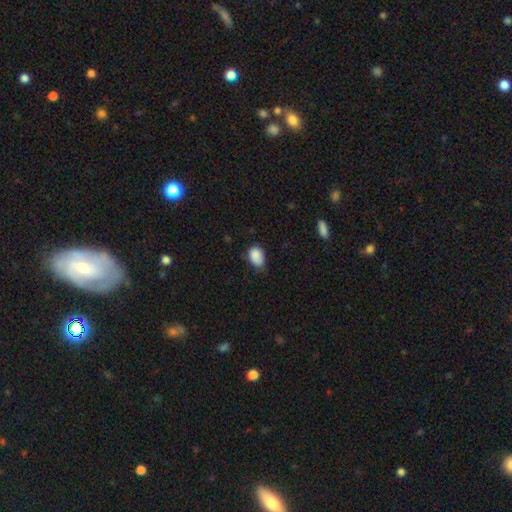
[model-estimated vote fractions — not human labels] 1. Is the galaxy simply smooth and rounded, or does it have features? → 88% smooth, 8% star or artifact, 4% featured or disk.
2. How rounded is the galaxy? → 81% in between, 18% round, 1% cigar-shaped.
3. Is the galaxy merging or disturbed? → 56% none, 37% minor disturbance, 6% major disturbance, 2% merger.